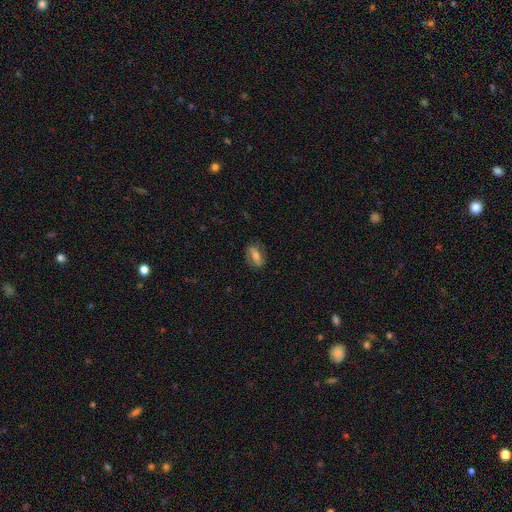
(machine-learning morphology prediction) smooth 49%, featured or disk 43%, star or artifact 8%. Down the decision tree: merging — none (78%).